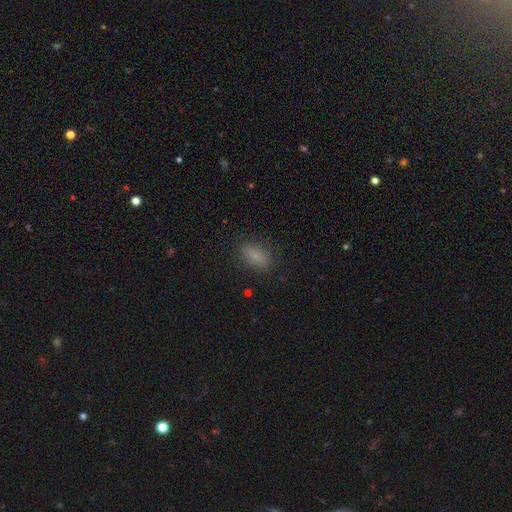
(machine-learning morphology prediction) Smooth or featured?
  - smooth: 81% *
  - star or artifact: 12%
  - featured or disk: 7%
How rounded?
  - in between: 85% *
  - cigar-shaped: 7%
  - round: 7%
Merging?
  - none: 82% *
  - minor disturbance: 13%
  - major disturbance: 4%
  - merger: 1%